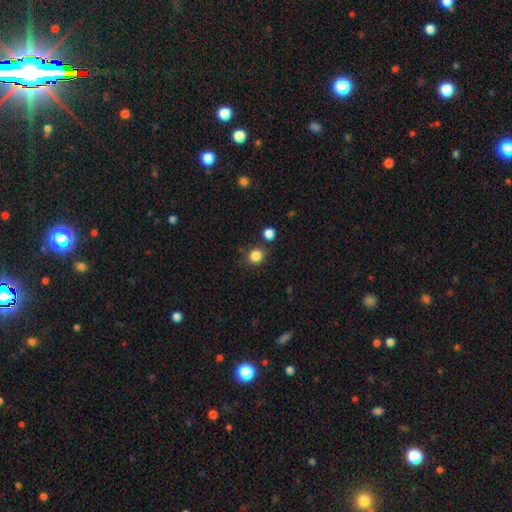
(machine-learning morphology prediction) Smooth or featured? Predicted: smooth (p=0.85). How rounded? Predicted: round (p=0.84). Merging? Predicted: none (p=0.81).